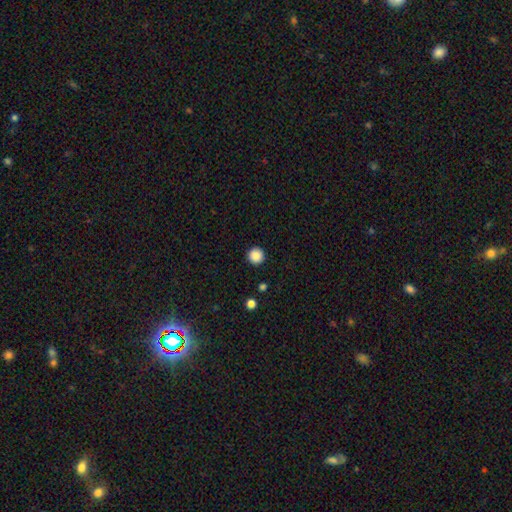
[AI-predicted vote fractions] Overall: smooth (88%). How rounded: round (96%). Merging: none (93%).